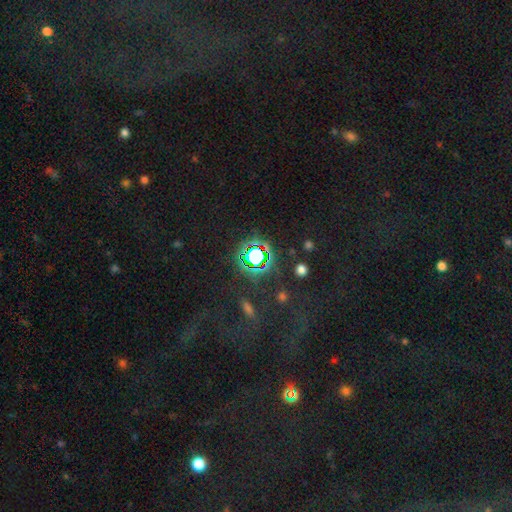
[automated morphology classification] Smooth or featured? star or artifact (70%)